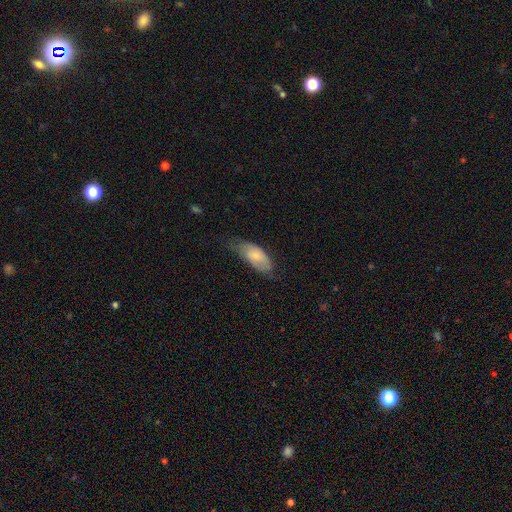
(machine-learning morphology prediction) smooth-or-featured: smooth: 69% | featured or disk: 25% | star or artifact: 6%
  how-rounded: in between: 87% | cigar-shaped: 11% | round: 2%
  merging: none: 48% | minor disturbance: 37% | major disturbance: 13% | merger: 2%